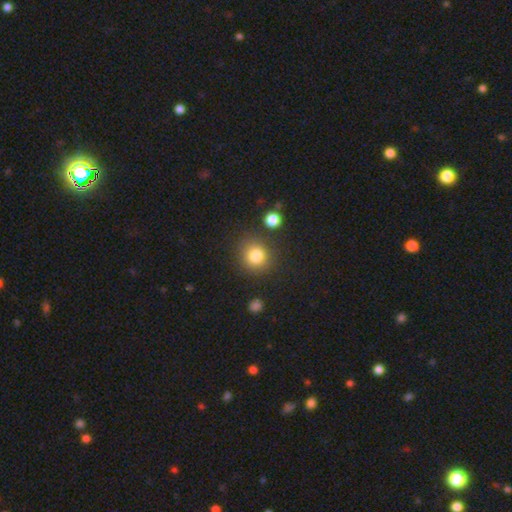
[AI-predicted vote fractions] Q: Smooth or featured?
A: smooth (82%); runner-up: star or artifact (12%)
Q: How rounded?
A: round (89%); runner-up: in between (10%)
Q: Merging?
A: none (82%); runner-up: minor disturbance (9%)